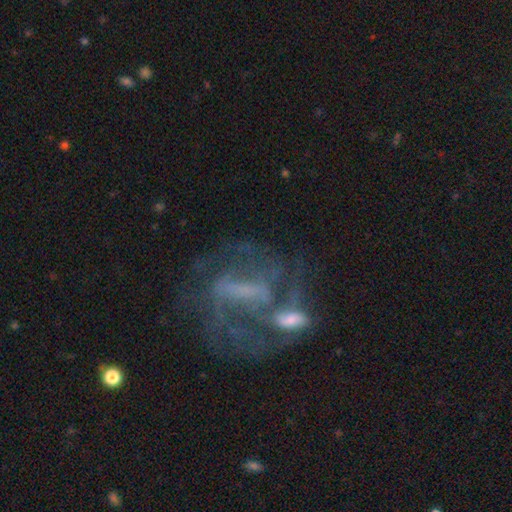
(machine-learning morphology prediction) featured or disk 72%, star or artifact 15%, smooth 13%. Down the decision tree: edge-on disk — no (93%); bar — strong (45%); spiral arms — yes (66%); bulge size — none (45%); merging — none (38%).